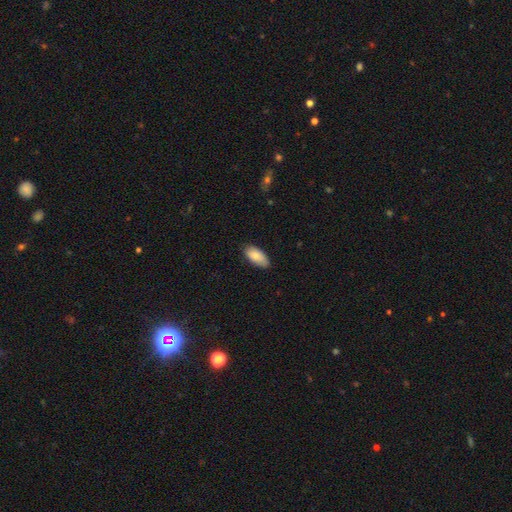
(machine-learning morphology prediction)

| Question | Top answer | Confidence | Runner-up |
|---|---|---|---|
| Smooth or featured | smooth | 83% | featured or disk (11%) |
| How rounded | in between | 92% | cigar-shaped (5%) |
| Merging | none | 80% | minor disturbance (17%) |